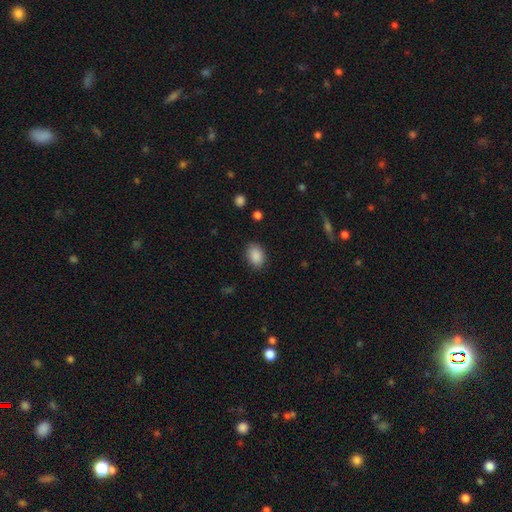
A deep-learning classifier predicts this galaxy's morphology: smooth-or-featured: smooth: 89% | star or artifact: 8% | featured or disk: 3%
  how-rounded: in between: 78% | round: 21% | cigar-shaped: 1%
  merging: none: 85% | minor disturbance: 11% | major disturbance: 3% | merger: 1%